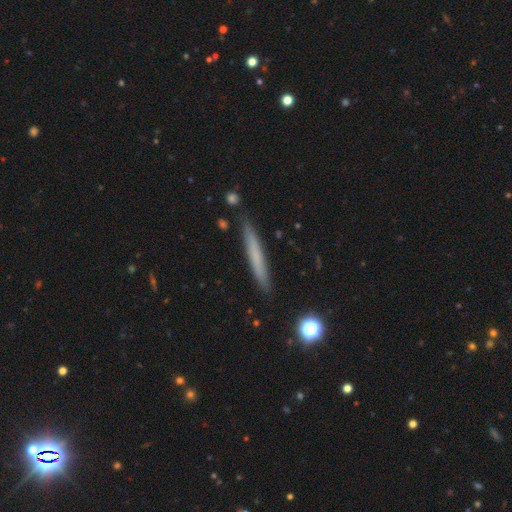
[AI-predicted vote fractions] This appears to be a smooth galaxy with no disk features (61%) that is cigar-shaped (96%). Merging: none (87%).